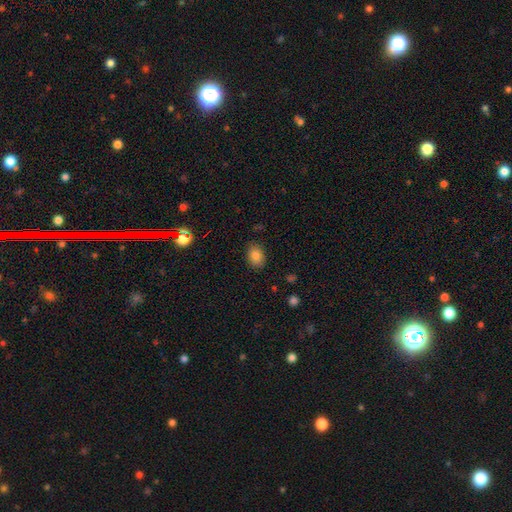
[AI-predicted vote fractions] Q: Smooth or featured?
A: smooth (81%); runner-up: star or artifact (11%)
Q: How rounded?
A: in between (69%); runner-up: round (30%)
Q: Merging?
A: none (85%); runner-up: minor disturbance (11%)